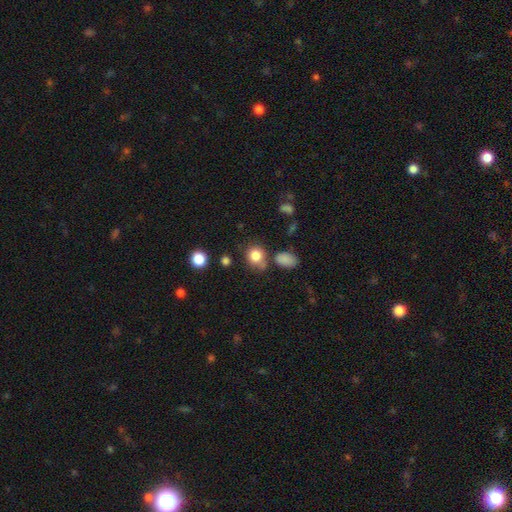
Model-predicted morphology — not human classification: A smooth galaxy with no disk features (82%) that is round (78%). Merging: none (63%).